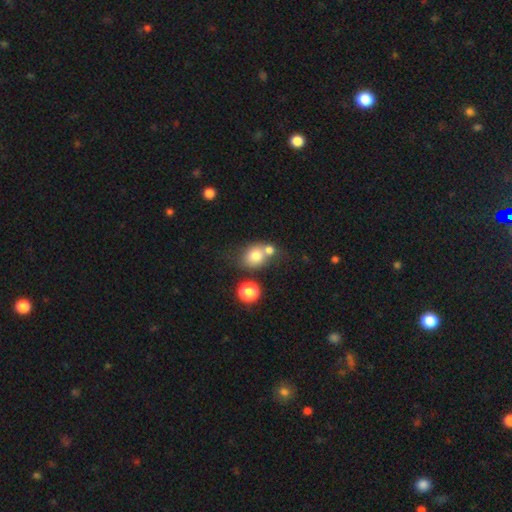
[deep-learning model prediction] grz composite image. It shows a smooth galaxy with no disk features (75%) that is round (62%). Merging: none (42%).